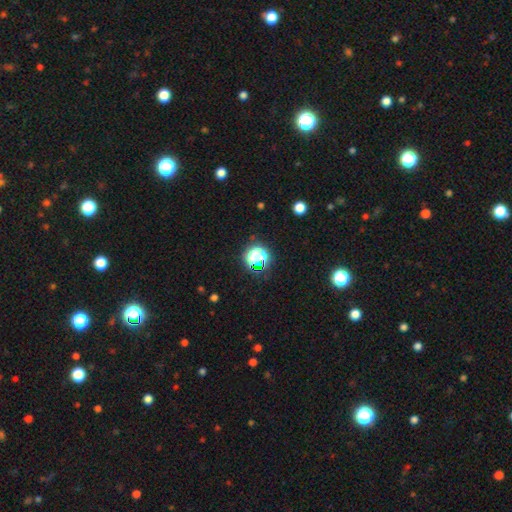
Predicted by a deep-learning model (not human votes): A star or artifact, not a galaxy (54%).

Vote fractions:
- Smooth or featured? star or artifact: 54% / smooth: 36% / featured or disk: 10%